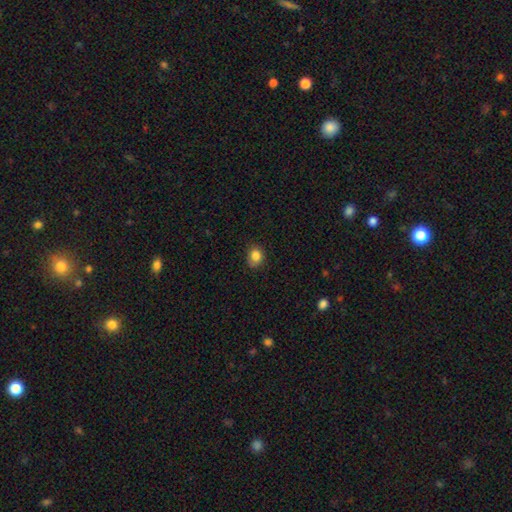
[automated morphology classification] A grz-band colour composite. It shows a smooth galaxy with no disk features (84%) that is round (62%). Merging: none (77%).